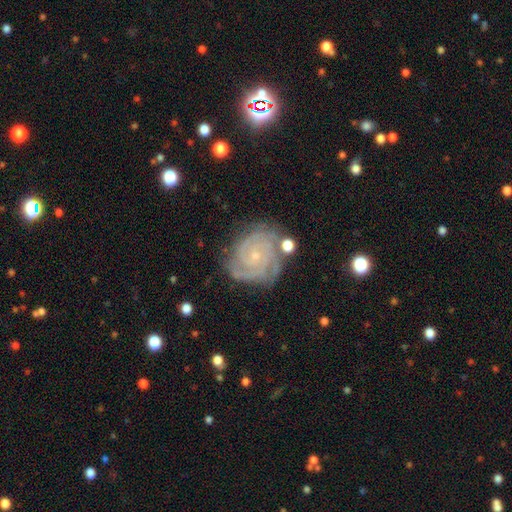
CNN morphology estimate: The model was most divided on "spiral arm count": 3: 36%, 2: 30%, can't tell: 13%, 4: 12%, more than 4: 5%, 1: 5%. More confident: spiral arms — yes (98%); edge-on disk — no (98%); smooth or featured — featured or disk (88%); bulge size — small (81%); spiral winding — tight (79%); merging — none (74%); bar — no (73%).